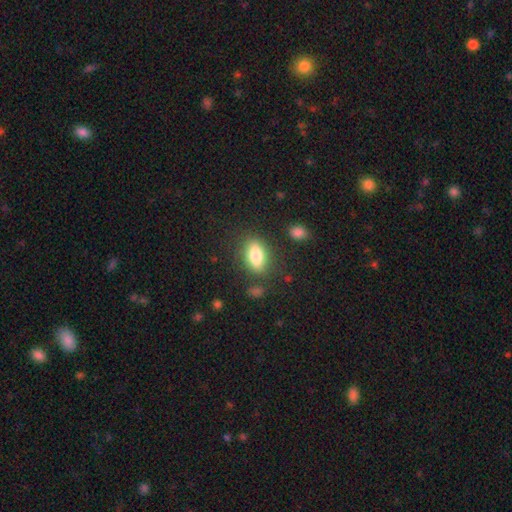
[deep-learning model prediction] This appears to be a smooth galaxy with no disk features (80%) that is in between round and cigar-shaped (83%). Merging: none (80%).